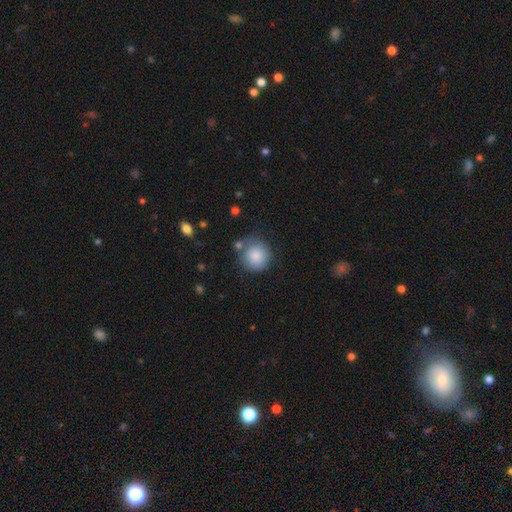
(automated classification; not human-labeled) Overall: smooth (86%). How rounded: round (93%). Merging: none (69%).